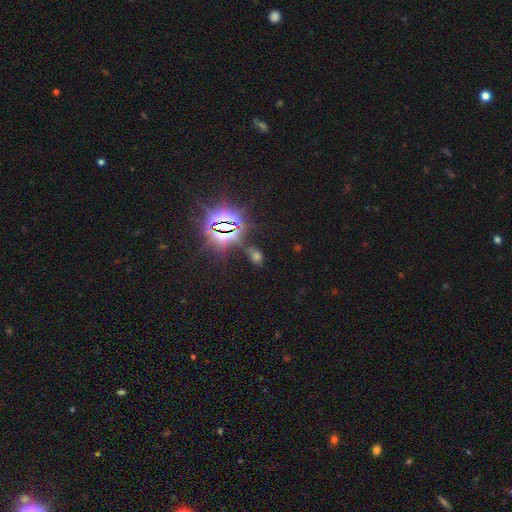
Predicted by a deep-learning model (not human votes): The model was most divided on "smooth or featured": star or artifact: 64%, smooth: 27%, featured or disk: 10%.